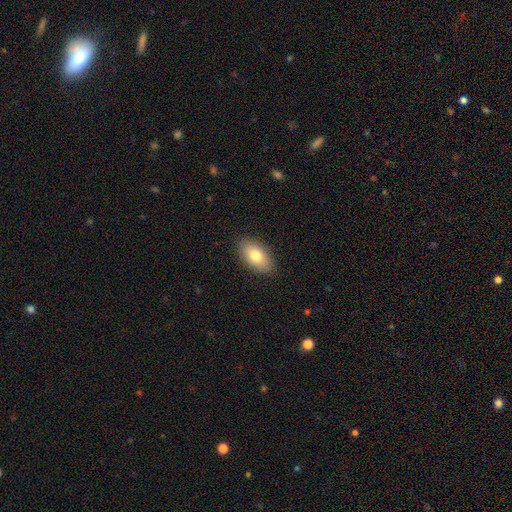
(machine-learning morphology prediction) A smooth galaxy with no disk features (79%) that is in between round and cigar-shaped (93%). Merging: none (87%).